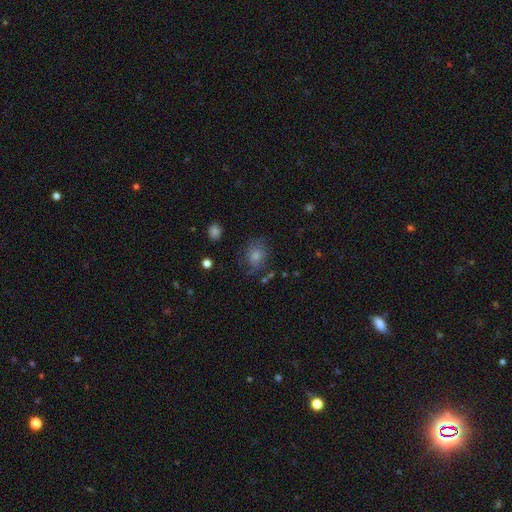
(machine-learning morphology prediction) This is possibly a smooth galaxy (49%). Merging: likely none (70%).